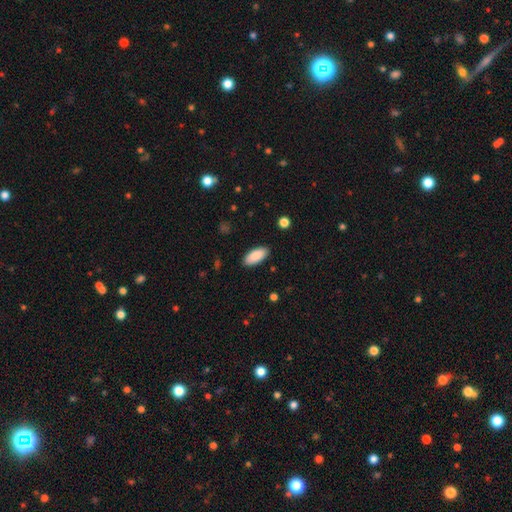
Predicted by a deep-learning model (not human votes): A smooth galaxy with no disk features (89%) that is in between round and cigar-shaped (89%). Merging: none (89%).